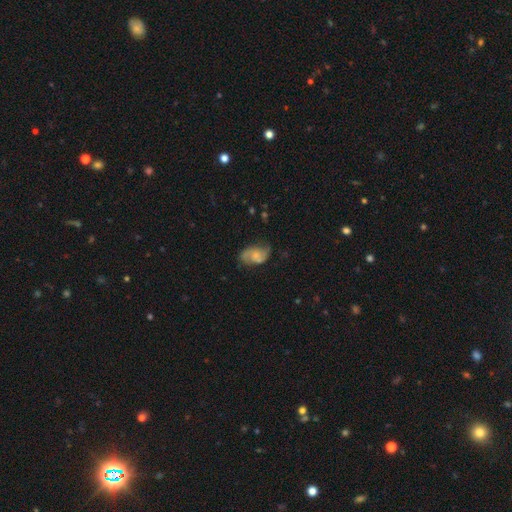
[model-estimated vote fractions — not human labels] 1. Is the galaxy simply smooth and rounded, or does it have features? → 55% featured or disk, 37% smooth, 8% star or artifact.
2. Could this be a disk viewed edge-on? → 96% no, 4% yes.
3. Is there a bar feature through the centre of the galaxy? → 60% no, 34% weak, 6% strong.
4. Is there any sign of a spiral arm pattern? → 85% yes, 15% no.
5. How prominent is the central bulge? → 35% small, 30% none, 27% moderate, 6% large, 2% dominant.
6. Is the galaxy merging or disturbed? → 60% none, 25% minor disturbance, 12% major disturbance, 3% merger.